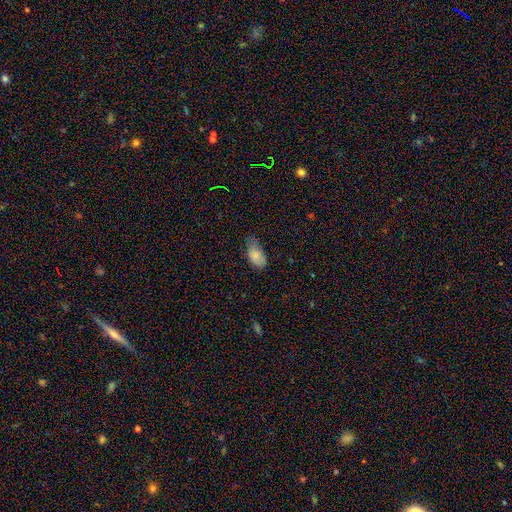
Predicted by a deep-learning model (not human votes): The model was most divided on "merging": none: 45%, minor disturbance: 43%, major disturbance: 11%, merger: 2%. More confident: how rounded — in between (93%); smooth or featured — smooth (82%).